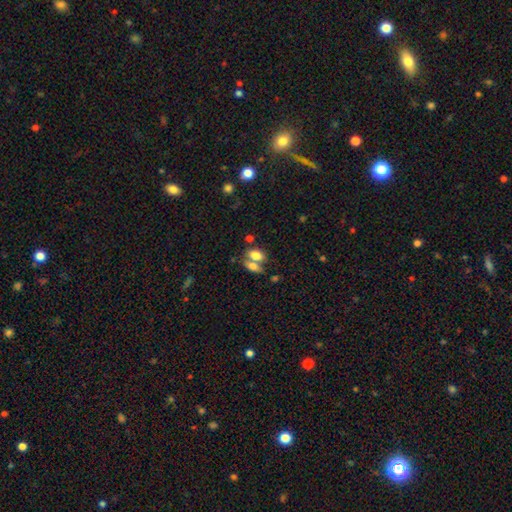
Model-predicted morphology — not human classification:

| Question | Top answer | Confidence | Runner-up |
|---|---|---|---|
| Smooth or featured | smooth | 78% | featured or disk (14%) |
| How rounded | in between | 86% | round (11%) |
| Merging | merger | 52% | none (34%) |